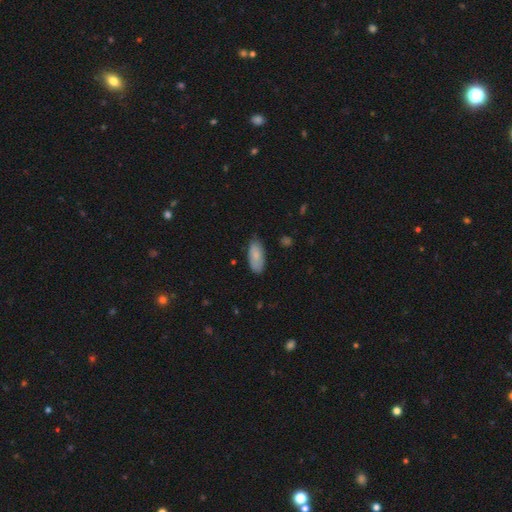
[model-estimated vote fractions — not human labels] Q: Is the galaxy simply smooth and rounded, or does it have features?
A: smooth — 82%.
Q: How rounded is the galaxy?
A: in between — 86%.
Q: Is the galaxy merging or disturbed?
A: none — 77%.